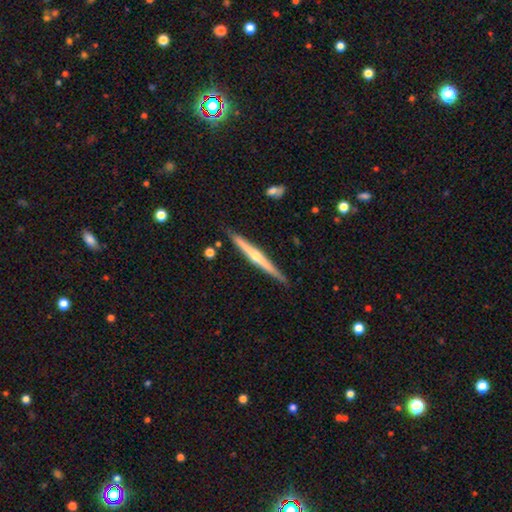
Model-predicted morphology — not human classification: The model was most divided on "smooth or featured": featured or disk: 72%, smooth: 23%, star or artifact: 5%. More confident: edge-on disk — yes (98%); merging — none (89%); edge-on bulge — rounded (78%).